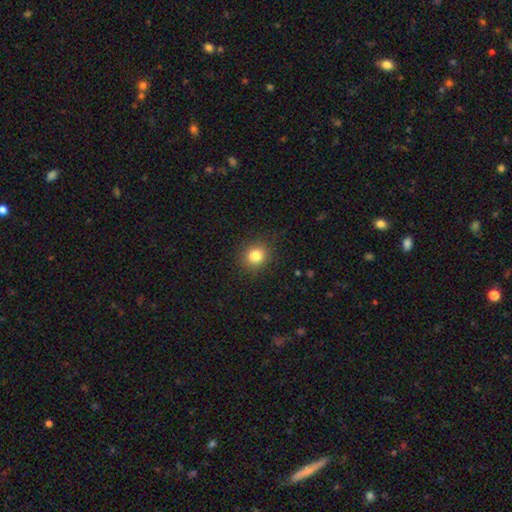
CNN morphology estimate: type=smooth (82%); roundness=round (84%); merging=none (89%).